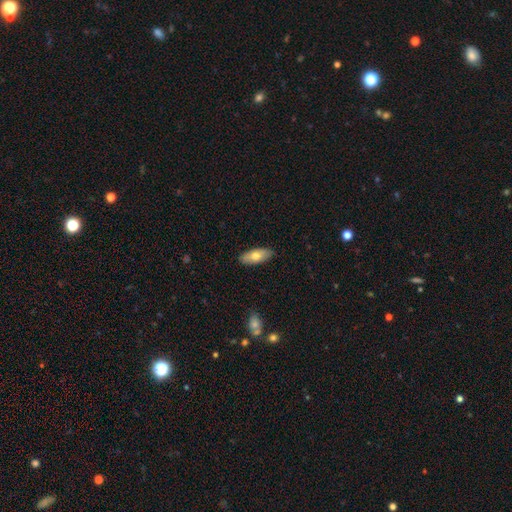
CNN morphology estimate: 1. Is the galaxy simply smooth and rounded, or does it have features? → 69% smooth, 25% featured or disk, 6% star or artifact.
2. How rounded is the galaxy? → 81% in between, 16% cigar-shaped, 3% round.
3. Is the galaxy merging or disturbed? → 87% none, 10% minor disturbance, 2% major disturbance, 1% merger.